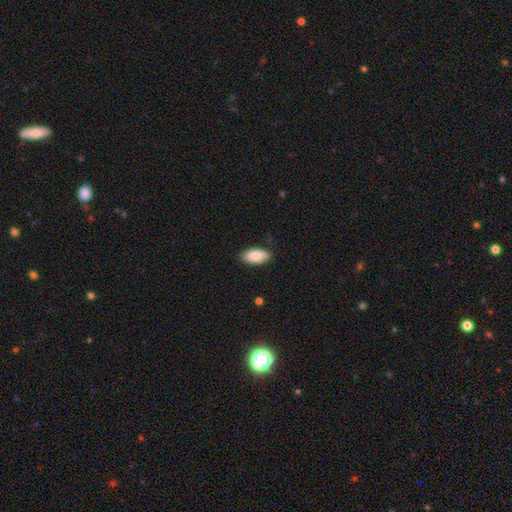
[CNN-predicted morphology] The model was most divided on "merging": none: 86%, minor disturbance: 11%, major disturbance: 2%, merger: 1%. More confident: how rounded — in between (92%); smooth or featured — smooth (89%).